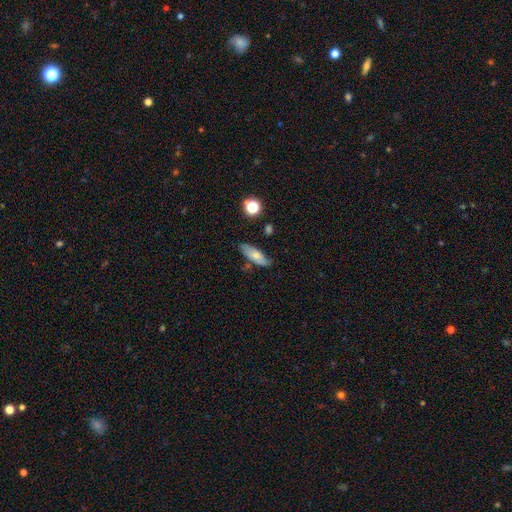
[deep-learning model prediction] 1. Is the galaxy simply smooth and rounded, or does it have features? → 58% smooth, 34% featured or disk, 8% star or artifact.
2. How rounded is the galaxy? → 64% in between, 32% cigar-shaped, 3% round.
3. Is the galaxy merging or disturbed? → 68% none, 23% minor disturbance, 5% major disturbance, 4% merger.